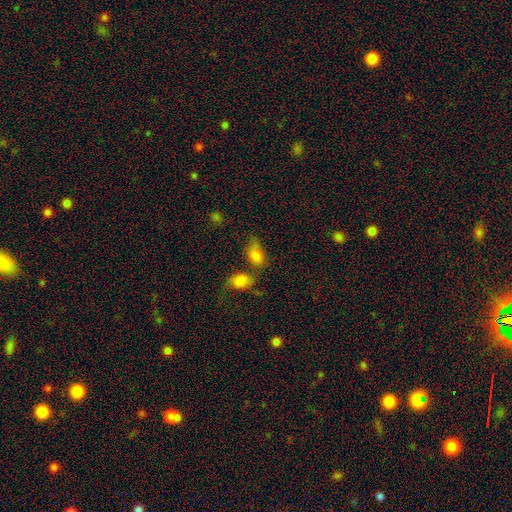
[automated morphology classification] This is clearly a smooth galaxy (81%). How rounded: clearly in between (87%). Merging: marginally none (41%).